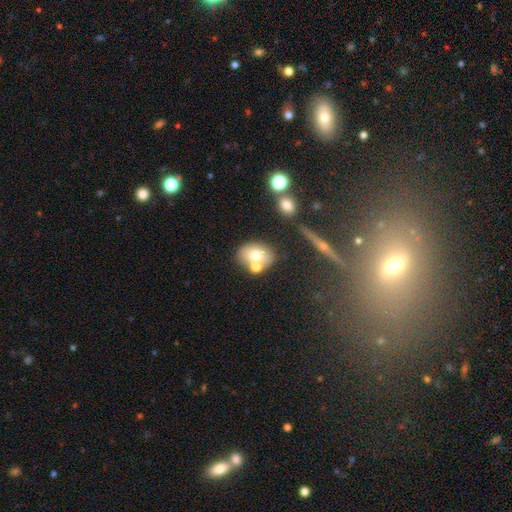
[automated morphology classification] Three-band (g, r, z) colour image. It shows a smooth galaxy with no disk features (67%) that is in between round and cigar-shaped (64%). Merging: none (56%).